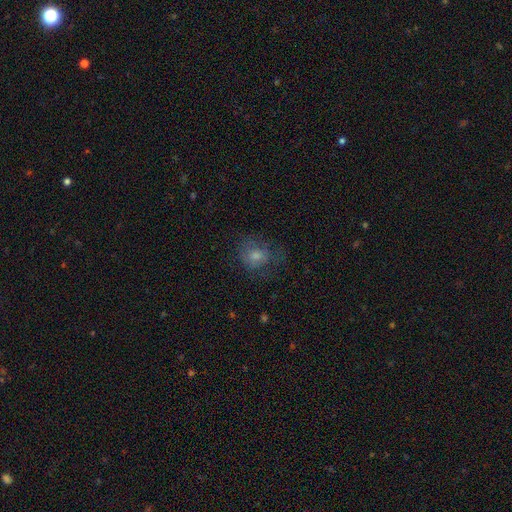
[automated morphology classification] smooth_or_featured: smooth (p=0.58) [alt: featured or disk p=0.24]
how_rounded: round (p=0.69) [alt: in between p=0.30]
merging: none (p=0.61) [alt: minor disturbance p=0.20]